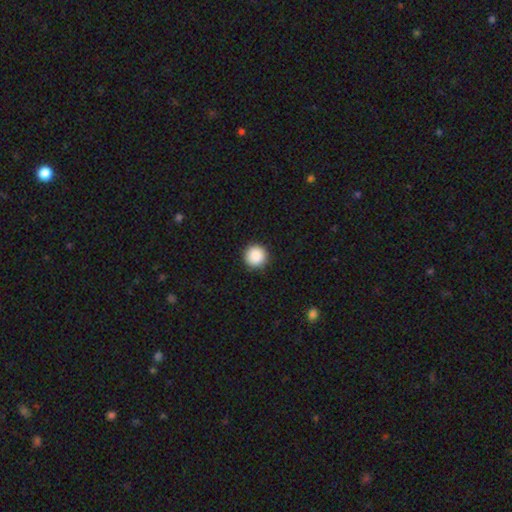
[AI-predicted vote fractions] Smooth or featured? smooth (89%)
How rounded? round (96%)
Merging? none (92%)